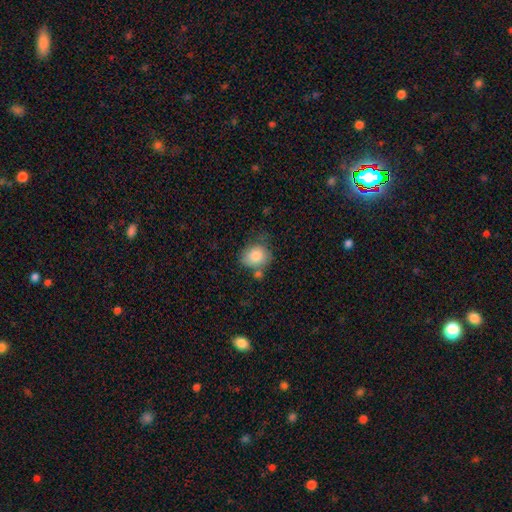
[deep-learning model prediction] Smooth or featured: smooth — 82% (featured or disk — 10%)
How rounded: round — 67% (in between — 32%)
Merging: none — 55% (minor disturbance — 24%)